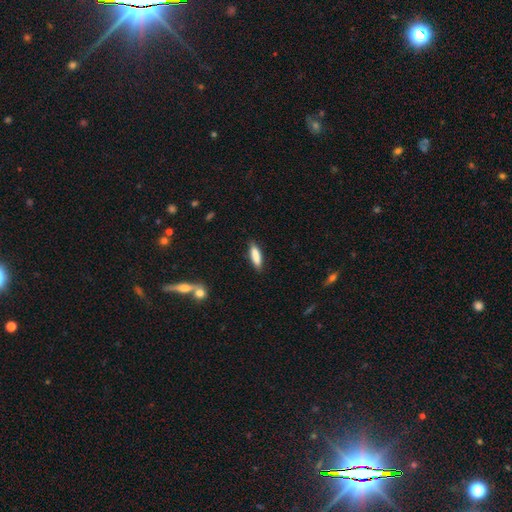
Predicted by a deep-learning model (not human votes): This appears to be a smooth galaxy with no disk features (84%) that is cigar-shaped (65%). Merging: none (86%).